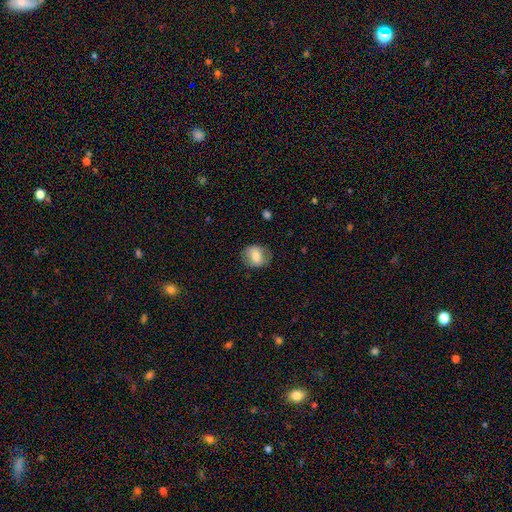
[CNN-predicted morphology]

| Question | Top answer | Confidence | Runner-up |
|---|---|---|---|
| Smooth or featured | smooth | 68% | featured or disk (24%) |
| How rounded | round | 56% | in between (43%) |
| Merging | none | 77% | minor disturbance (16%) |